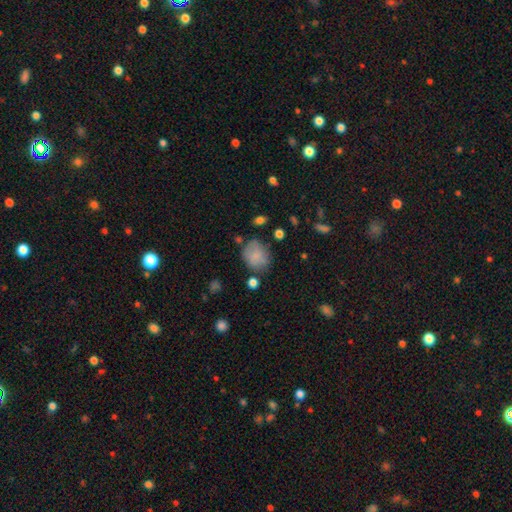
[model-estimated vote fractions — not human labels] smooth_or_featured: smooth (p=0.78) [alt: featured or disk p=0.13]
how_rounded: round (p=0.61) [alt: in between p=0.38]
merging: none (p=0.62) [alt: minor disturbance p=0.23]